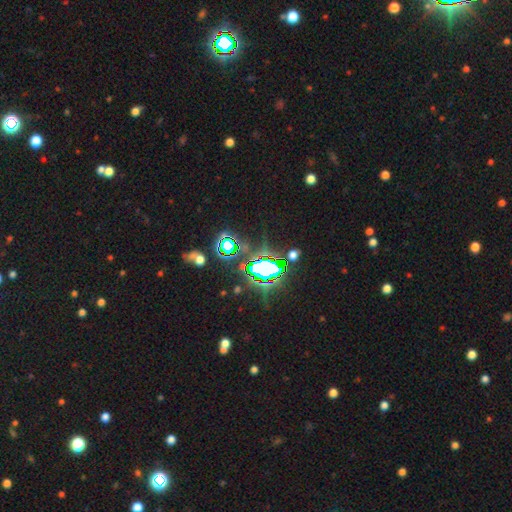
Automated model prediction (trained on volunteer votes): smooth_or_featured: star or artifact (p=0.81) [alt: smooth p=0.12]